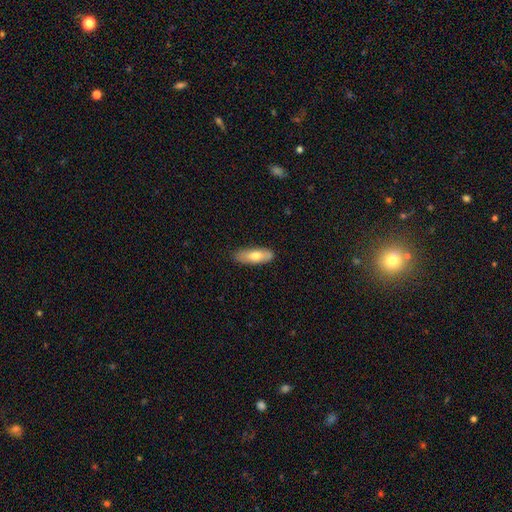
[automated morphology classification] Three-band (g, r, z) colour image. It shows a smooth galaxy with no disk features (70%) that is in between round and cigar-shaped (70%). Merging: none (79%).